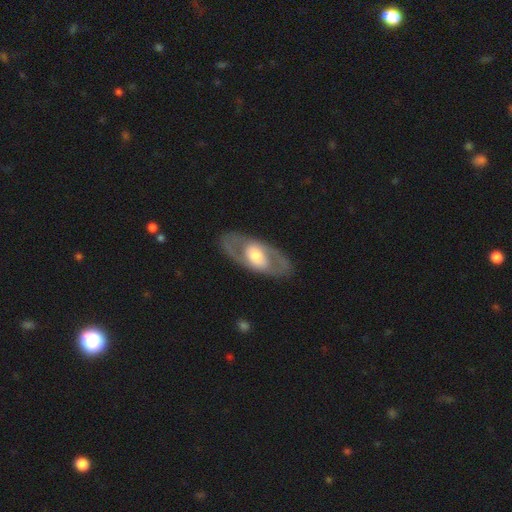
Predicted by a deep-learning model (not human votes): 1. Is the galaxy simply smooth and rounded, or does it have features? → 69% featured or disk, 26% smooth, 4% star or artifact.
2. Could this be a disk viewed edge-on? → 87% no, 13% yes.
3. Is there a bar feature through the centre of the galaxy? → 56% no, 28% weak, 16% strong.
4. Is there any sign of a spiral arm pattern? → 54% no, 46% yes.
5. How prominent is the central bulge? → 55% moderate, 30% large, 12% small, 2% dominant, 1% none.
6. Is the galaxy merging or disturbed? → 84% none, 10% minor disturbance, 5% major disturbance, 1% merger.